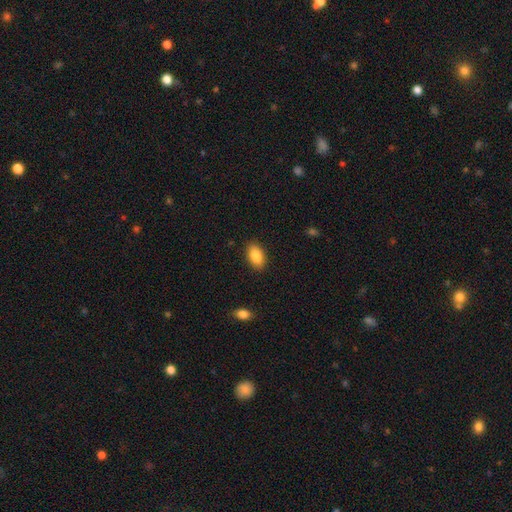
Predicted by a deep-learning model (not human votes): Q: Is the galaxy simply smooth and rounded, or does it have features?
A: smooth — 87%.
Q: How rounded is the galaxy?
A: in between — 92%.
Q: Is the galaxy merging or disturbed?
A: none — 88%.